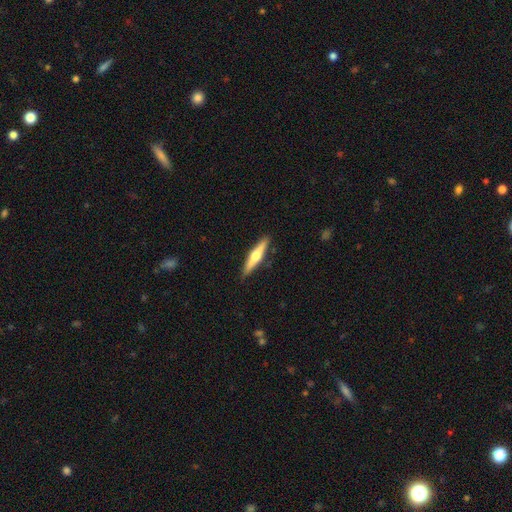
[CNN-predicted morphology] smooth-or-featured: featured or disk: 55% | smooth: 39% | star or artifact: 5%
  disk-edge-on: yes: 96% | no: 4%
    edge-on-bulge: rounded: 90% | none: 5% | boxy: 4%
  merging: none: 89% | minor disturbance: 8% | major disturbance: 2% | merger: 1%